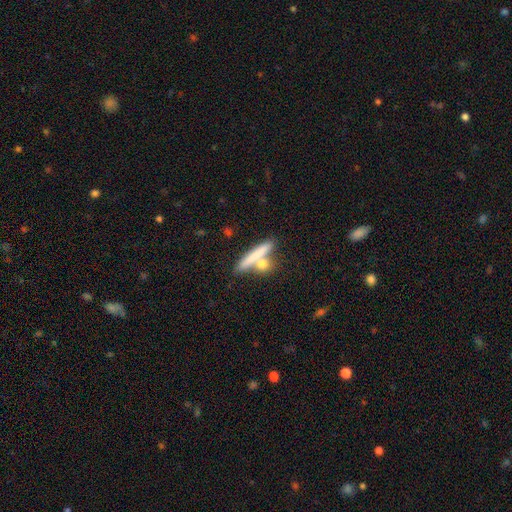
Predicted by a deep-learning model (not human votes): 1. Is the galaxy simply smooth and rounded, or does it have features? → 71% smooth, 23% featured or disk, 7% star or artifact.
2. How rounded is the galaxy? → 75% cigar-shaped, 14% in between, 11% round.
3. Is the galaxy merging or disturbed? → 59% none, 27% merger, 10% minor disturbance, 4% major disturbance.